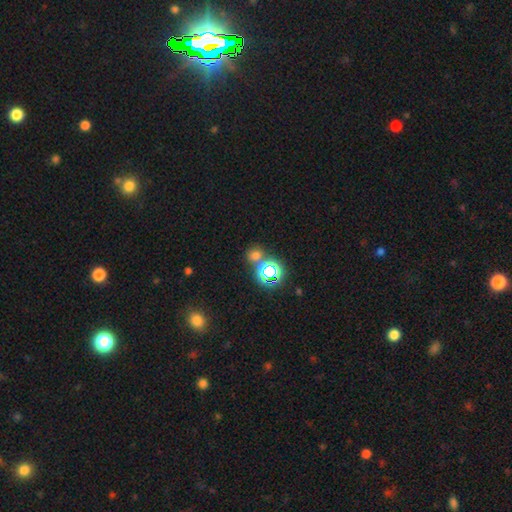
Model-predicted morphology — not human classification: type=smooth (56%); roundness=round (77%); merging=none (64%).